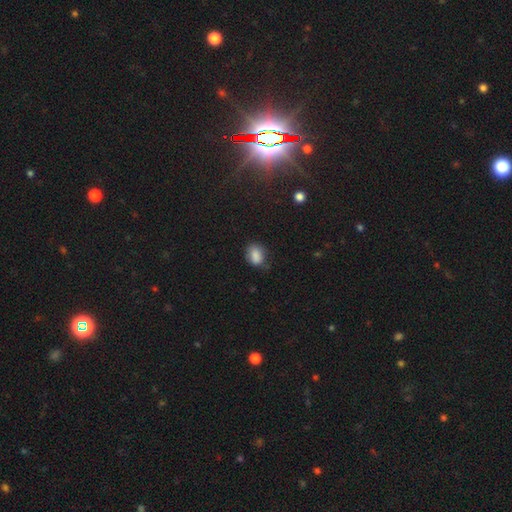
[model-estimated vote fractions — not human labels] Morphology: type=smooth (83%); roundness=in between (66%); merging=none (62%).